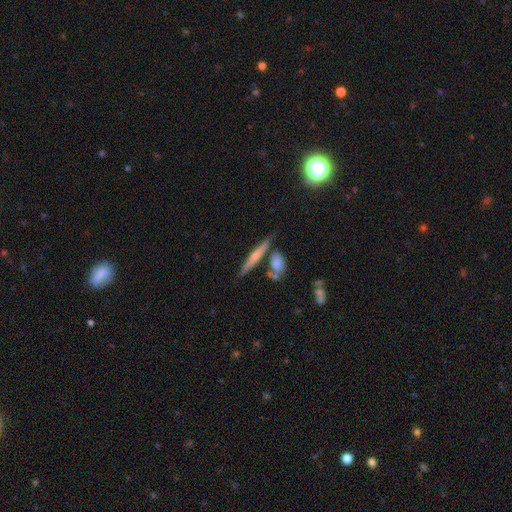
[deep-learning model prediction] Q: Smooth or featured?
A: smooth (50%); runner-up: featured or disk (44%)
Q: Merging?
A: none (70%); runner-up: merger (14%)